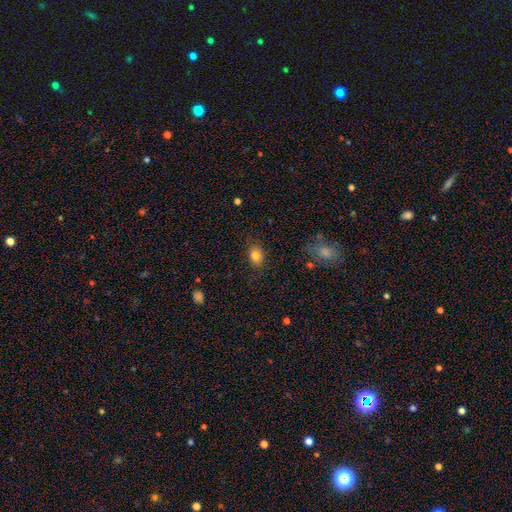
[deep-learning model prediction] The model was most divided on "how rounded": in between: 75%, round: 24%, cigar-shaped: 1%. More confident: merging — none (83%); smooth or featured — smooth (82%).